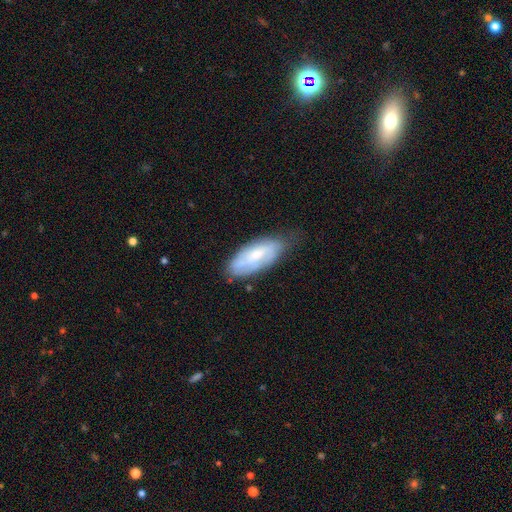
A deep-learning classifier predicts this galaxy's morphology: A featured or disk galaxy (48%). Merging: none (60%).